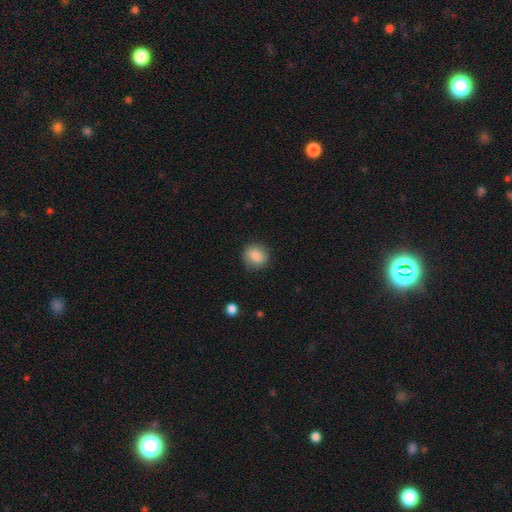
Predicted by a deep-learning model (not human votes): Smooth or featured?
  - smooth: 82% *
  - featured or disk: 10%
  - star or artifact: 8%
How rounded?
  - round: 85% *
  - in between: 14%
  - cigar-shaped: 1%
Merging?
  - none: 84% *
  - minor disturbance: 12%
  - major disturbance: 3%
  - merger: 1%